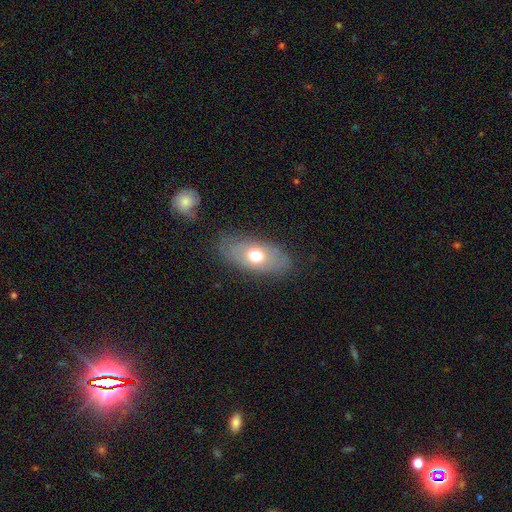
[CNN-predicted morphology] This appears to be a smooth galaxy with no disk features (57%) that is in between round and cigar-shaped (89%). Merging: none (79%).